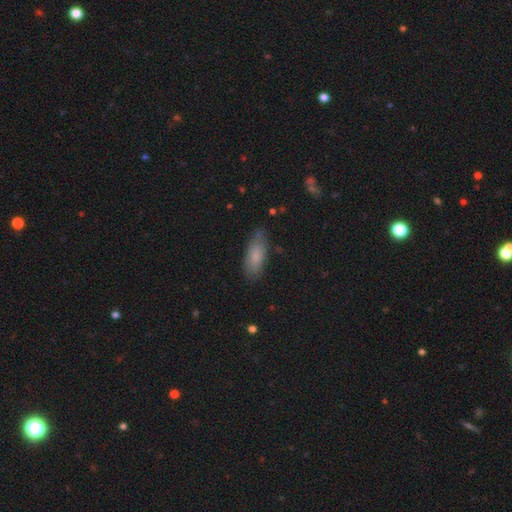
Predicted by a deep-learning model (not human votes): smooth_or_featured: smooth (p=0.75) [alt: featured or disk p=0.17]
how_rounded: in between (p=0.75) [alt: cigar-shaped p=0.22]
merging: none (p=0.73) [alt: minor disturbance p=0.21]